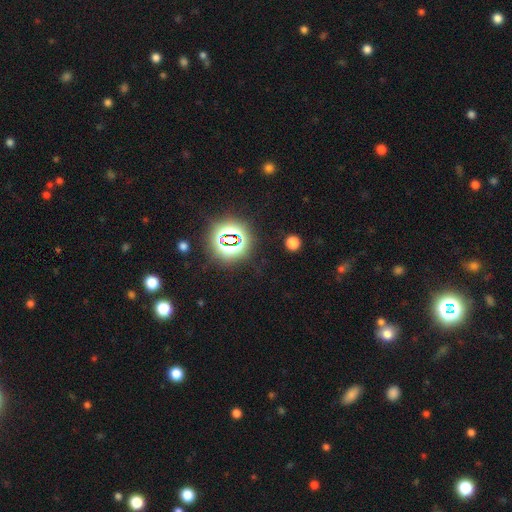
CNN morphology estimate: Smooth or featured: star or artifact — 80% (smooth — 12%)